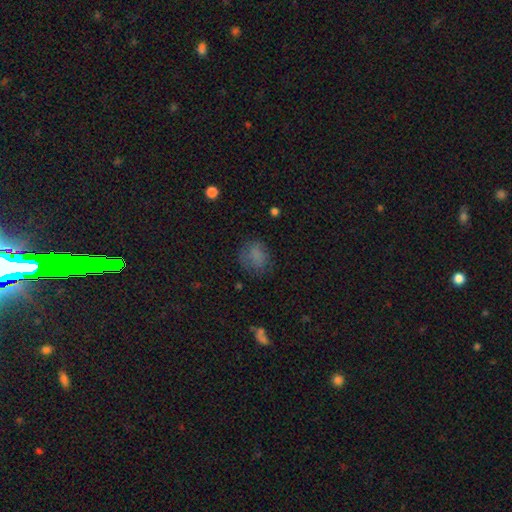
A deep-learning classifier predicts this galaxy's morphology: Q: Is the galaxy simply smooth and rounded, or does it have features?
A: smooth — 74%.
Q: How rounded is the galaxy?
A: round — 60%.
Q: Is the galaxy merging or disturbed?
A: none — 63%.